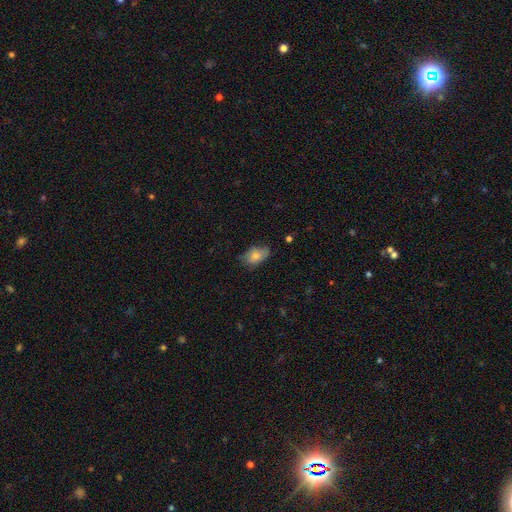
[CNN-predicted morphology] Smooth or featured?
  - smooth: 77% *
  - featured or disk: 16%
  - star or artifact: 8%
How rounded?
  - in between: 89% *
  - round: 9%
  - cigar-shaped: 2%
Merging?
  - none: 63% *
  - minor disturbance: 30%
  - major disturbance: 6%
  - merger: 1%